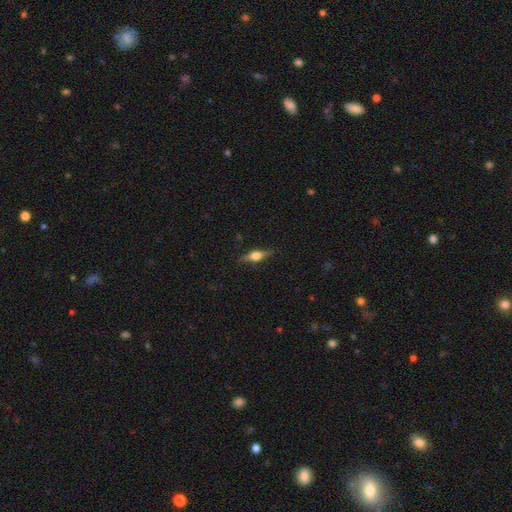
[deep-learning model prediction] This is likely a featured or disk galaxy (66%). It is clearly viewed edge-on (96%). Edge-on bulge: clearly rounded (92%). Merging: clearly none (86%).